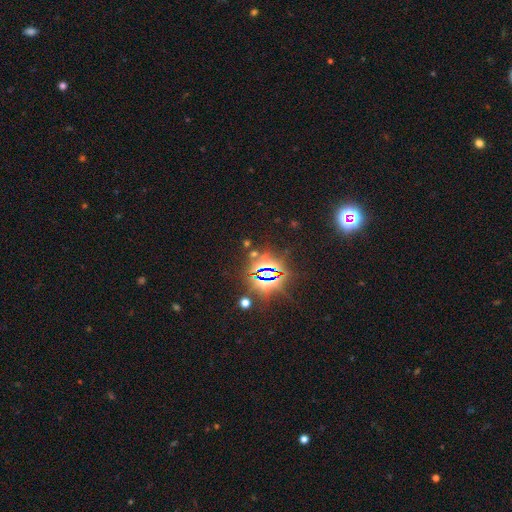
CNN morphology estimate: A star or artifact, not a galaxy (82%).